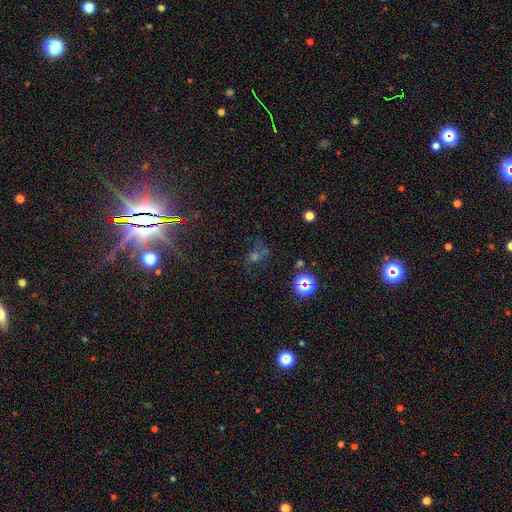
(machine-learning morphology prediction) Overall: star or artifact (57%; smooth 24%).